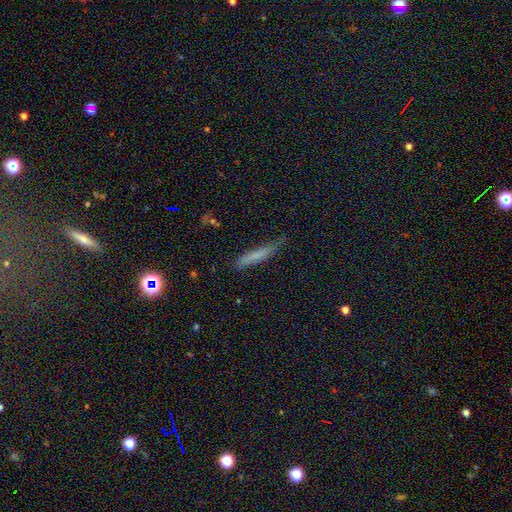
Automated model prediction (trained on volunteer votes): This is likely a smooth galaxy (67%). How rounded: clearly cigar-shaped (92%). Merging: likely none (68%).